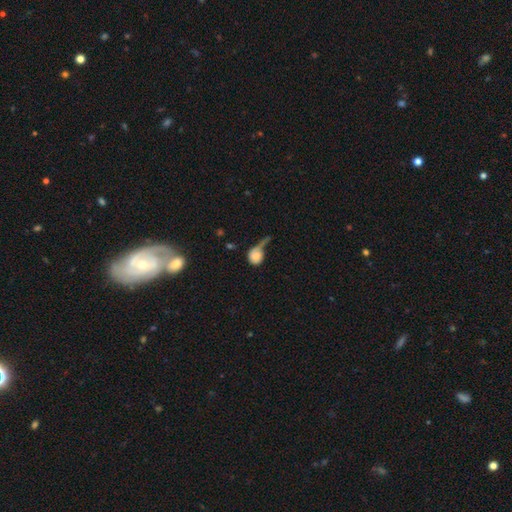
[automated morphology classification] type=smooth (66%); roundness=round (67%); merging=major disturbance (46%).